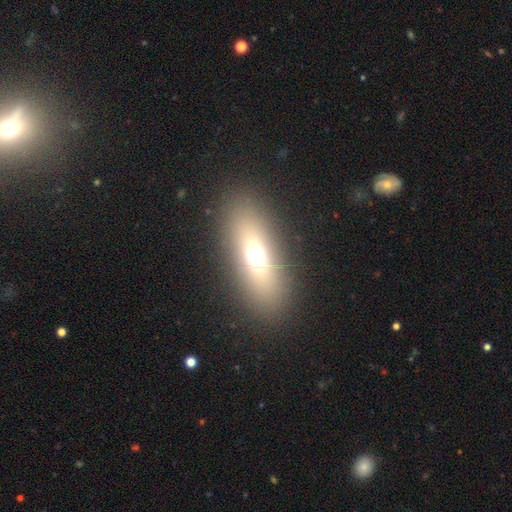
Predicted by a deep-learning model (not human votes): smooth_or_featured: smooth (p=0.64) [alt: featured or disk p=0.23]
how_rounded: in between (p=0.67) [alt: cigar-shaped p=0.28]
merging: none (p=0.87) [alt: minor disturbance p=0.08]